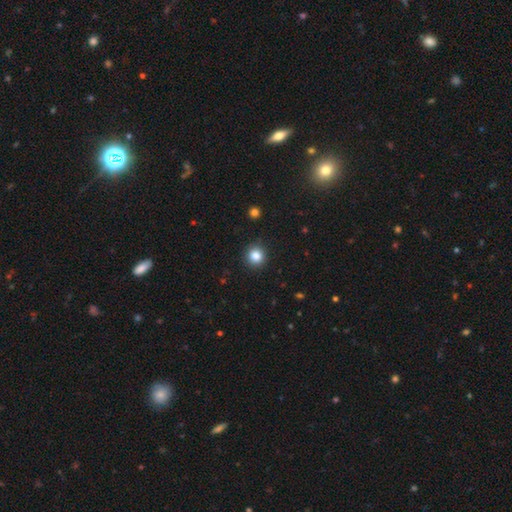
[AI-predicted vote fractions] Smooth or featured?
  - smooth: 85% *
  - star or artifact: 11%
  - featured or disk: 4%
How rounded?
  - round: 93% *
  - in between: 6%
  - cigar-shaped: 1%
Merging?
  - none: 91% *
  - minor disturbance: 6%
  - major disturbance: 2%
  - merger: 1%